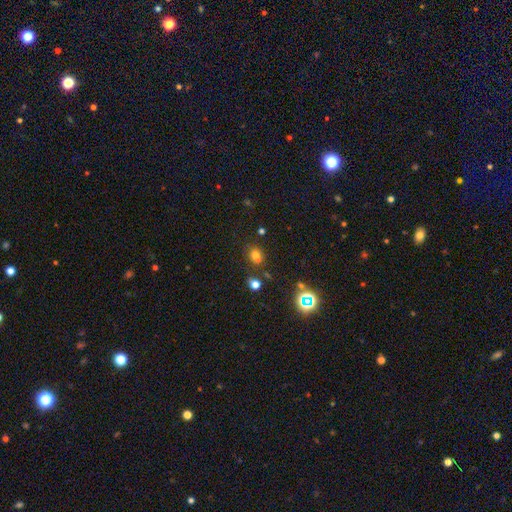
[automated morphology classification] This appears to be a smooth galaxy with no disk features (65%) that is round (55%). Merging: none (68%).